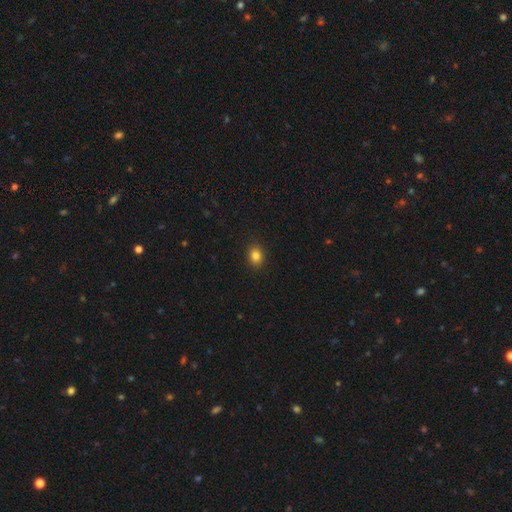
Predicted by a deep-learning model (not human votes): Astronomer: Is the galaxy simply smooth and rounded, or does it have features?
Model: smooth — 83%.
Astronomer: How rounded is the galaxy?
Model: in between — 53% (runner-up: round, 46%).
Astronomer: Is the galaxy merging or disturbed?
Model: none — 90%.